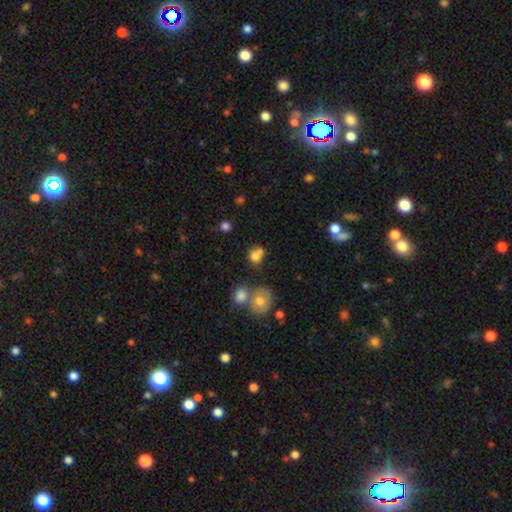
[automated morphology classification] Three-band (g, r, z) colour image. It shows a smooth galaxy with no disk features (76%) that is round (66%). Merging: none (44%).